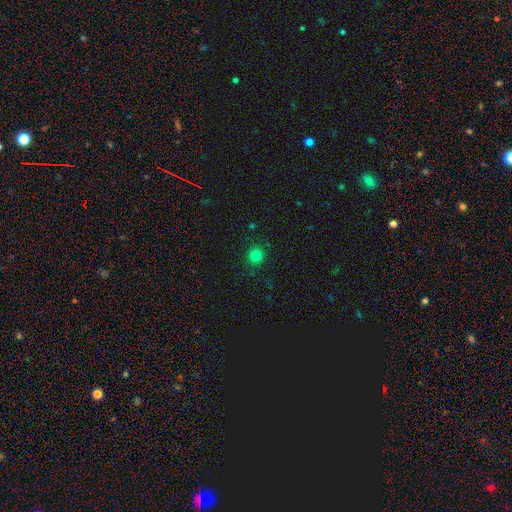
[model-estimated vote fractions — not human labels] Q: Smooth or featured?
A: smooth (80%); runner-up: star or artifact (15%)
Q: How rounded?
A: round (92%); runner-up: in between (7%)
Q: Merging?
A: none (89%); runner-up: minor disturbance (7%)